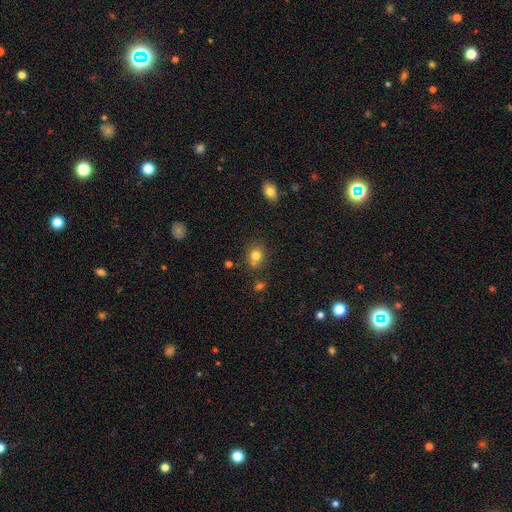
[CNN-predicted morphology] smooth-or-featured: smooth: 78% | star or artifact: 13% | featured or disk: 9%
  how-rounded: round: 74% | in between: 25% | cigar-shaped: 1%
  merging: none: 67% | merger: 17% | minor disturbance: 13% | major disturbance: 4%